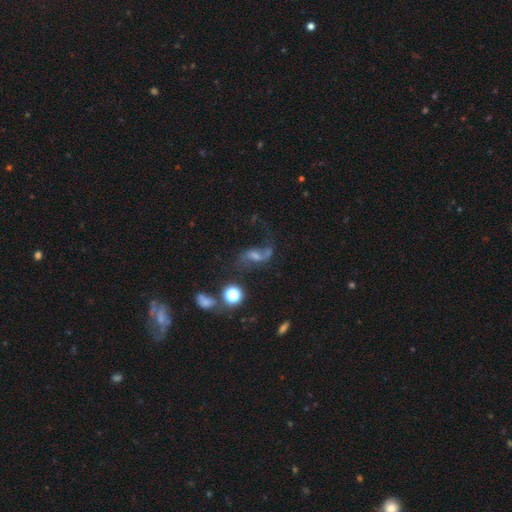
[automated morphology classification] Smooth or featured: featured or disk — 61% (star or artifact — 19%)
Edge-on disk: no — 95% (yes — 5%)
Bar: no — 43% (weak — 42%)
Spiral arms: yes — 85% (no — 15%)
Bulge size: small — 38% (moderate — 37%)
Merging: none — 43% (major disturbance — 27%)